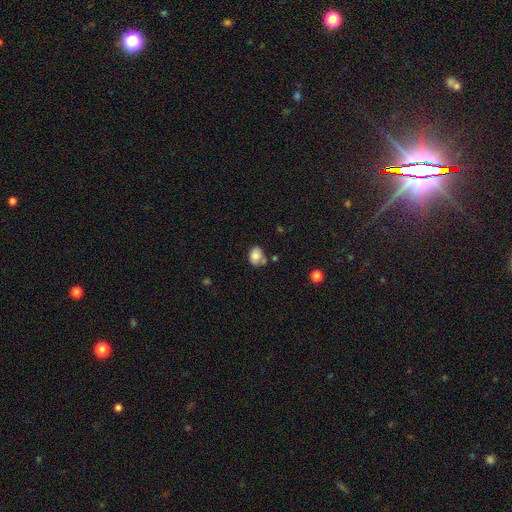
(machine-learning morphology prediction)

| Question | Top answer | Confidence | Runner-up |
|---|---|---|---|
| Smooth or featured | smooth | 80% | featured or disk (11%) |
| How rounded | in between | 60% | round (39%) |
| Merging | none | 55% | minor disturbance (24%) |